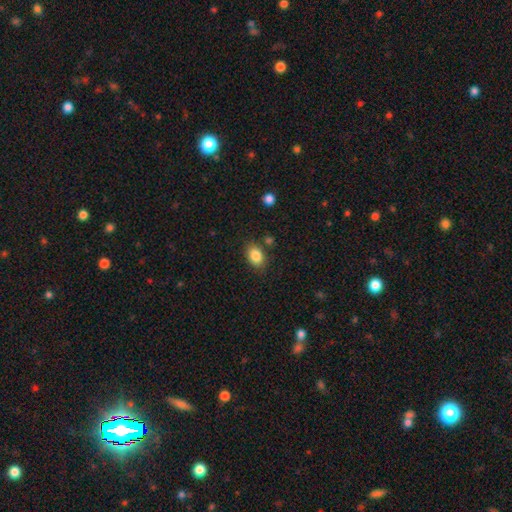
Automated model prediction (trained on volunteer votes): This appears to be a smooth galaxy with no disk features (86%) that is in between round and cigar-shaped (80%). Merging: none (81%).